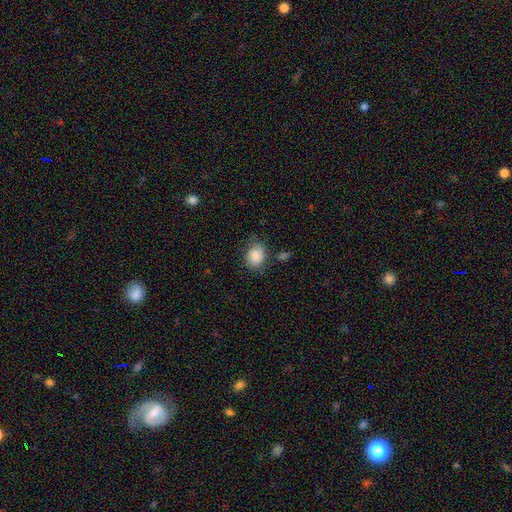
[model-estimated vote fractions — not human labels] smooth-or-featured: smooth: 85% | featured or disk: 8% | star or artifact: 8%
  how-rounded: in between: 58% | round: 41% | cigar-shaped: 1%
  merging: none: 63% | minor disturbance: 25% | major disturbance: 8% | merger: 5%